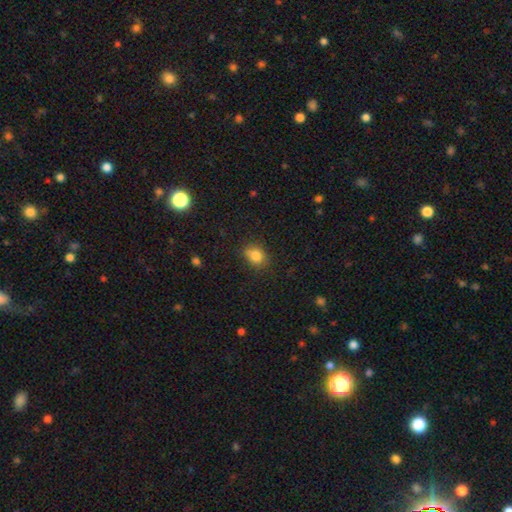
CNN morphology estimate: Overall: smooth (82%). How rounded: in between (50%; round 49%). Merging: none (73%).